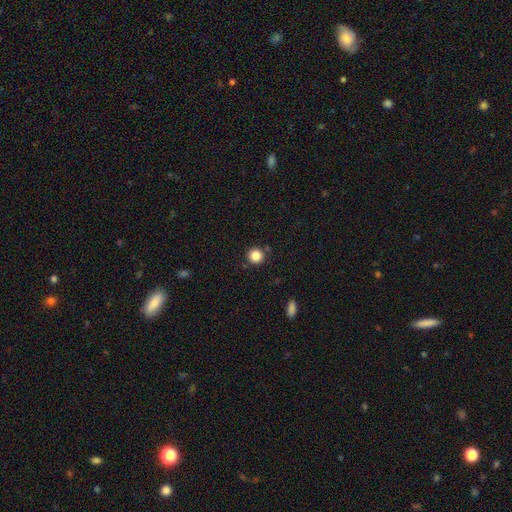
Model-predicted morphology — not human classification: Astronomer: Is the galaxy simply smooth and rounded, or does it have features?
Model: smooth — 85%.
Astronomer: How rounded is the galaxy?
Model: round — 94%.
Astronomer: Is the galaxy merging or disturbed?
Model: none — 87%.